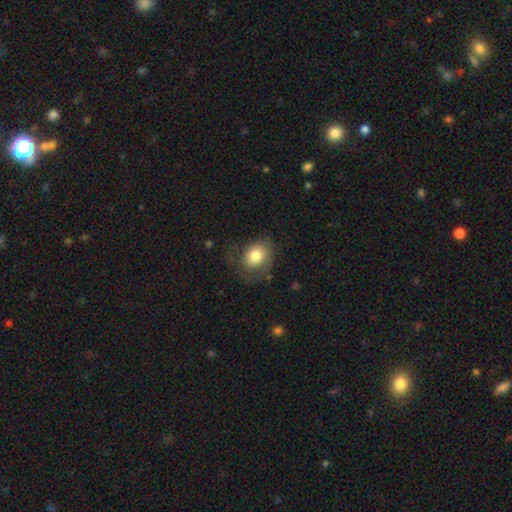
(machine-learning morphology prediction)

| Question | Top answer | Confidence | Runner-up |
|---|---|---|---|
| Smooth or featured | smooth | 74% | featured or disk (18%) |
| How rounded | round | 50% | in between (49%) |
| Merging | none | 53% | minor disturbance (25%) |